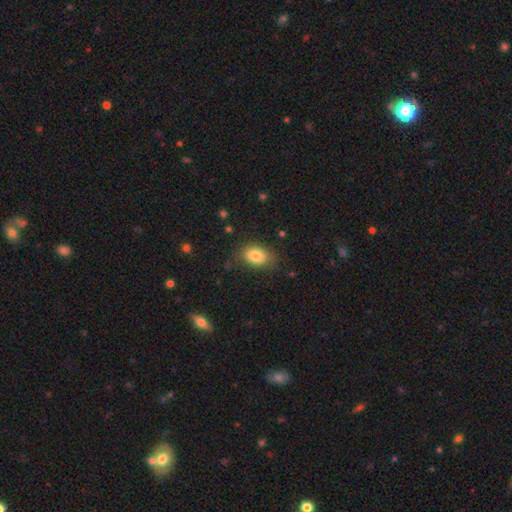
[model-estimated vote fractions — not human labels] A smooth galaxy with no disk features (83%) that is in between round and cigar-shaped (84%).

Vote fractions:
- Smooth or featured? smooth: 83% / star or artifact: 8% / featured or disk: 8%
- How rounded? in between: 84% / round: 15% / cigar-shaped: 1%
- Merging? none: 77% / minor disturbance: 16% / major disturbance: 5% / merger: 1%